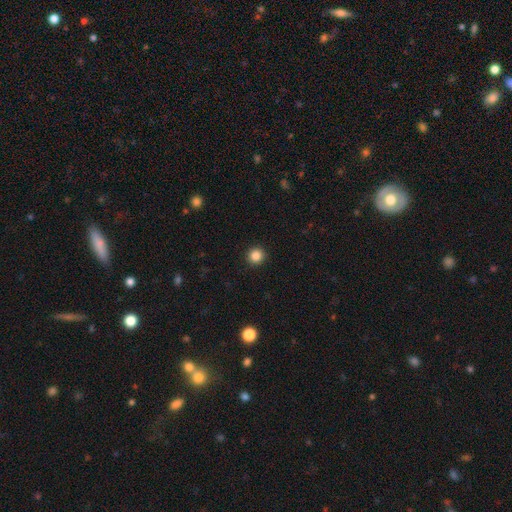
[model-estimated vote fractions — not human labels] smooth-or-featured: smooth: 86% | star or artifact: 11% | featured or disk: 3%
  how-rounded: round: 95% | in between: 4% | cigar-shaped: 1%
  merging: none: 93% | minor disturbance: 5% | major disturbance: 2% | merger: 1%